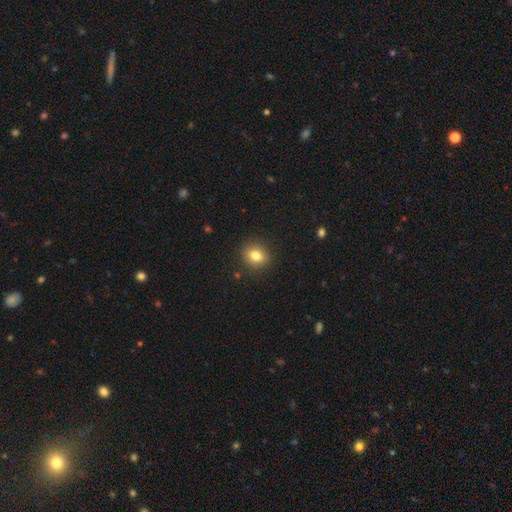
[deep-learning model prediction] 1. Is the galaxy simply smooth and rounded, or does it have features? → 81% smooth, 11% star or artifact, 8% featured or disk.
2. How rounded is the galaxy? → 64% round, 35% in between, 1% cigar-shaped.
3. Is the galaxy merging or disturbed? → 89% none, 8% minor disturbance, 2% major disturbance, 1% merger.